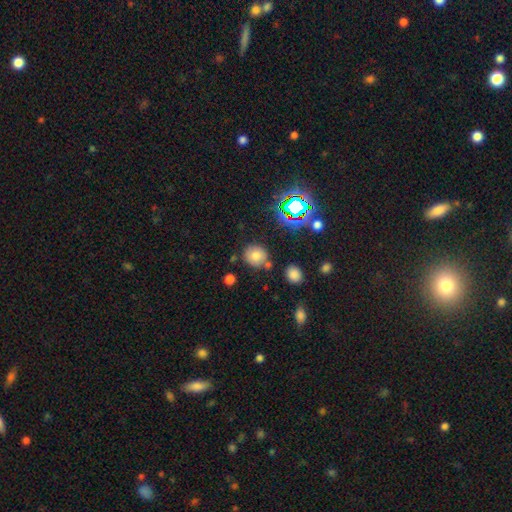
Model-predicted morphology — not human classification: smooth-or-featured: smooth: 72% | star or artifact: 17% | featured or disk: 11%
  how-rounded: round: 79% | in between: 20% | cigar-shaped: 1%
  merging: none: 71% | minor disturbance: 13% | merger: 12% | major disturbance: 4%